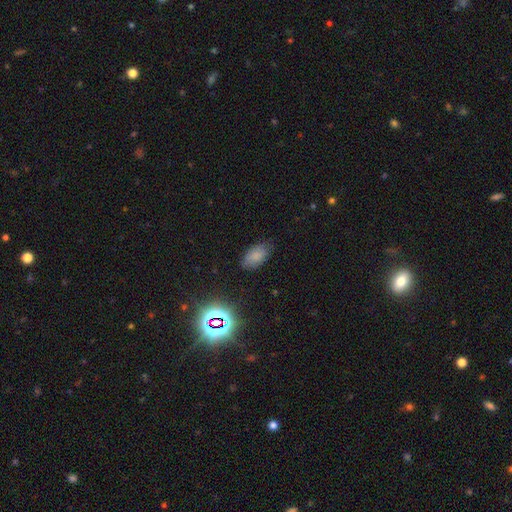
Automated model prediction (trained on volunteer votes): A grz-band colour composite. It shows a smooth galaxy with no disk features (80%) that is in between round and cigar-shaped (93%). Merging: none (77%).